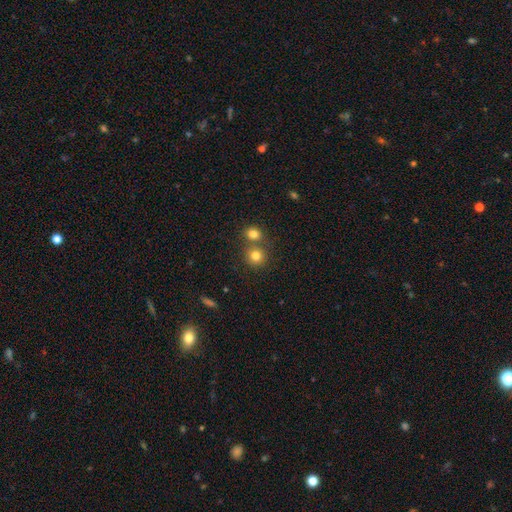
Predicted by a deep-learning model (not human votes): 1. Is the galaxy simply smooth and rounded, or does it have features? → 80% smooth, 13% star or artifact, 8% featured or disk.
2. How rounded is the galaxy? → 89% round, 10% in between, 1% cigar-shaped.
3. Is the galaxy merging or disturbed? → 61% none, 30% merger, 7% minor disturbance, 2% major disturbance.